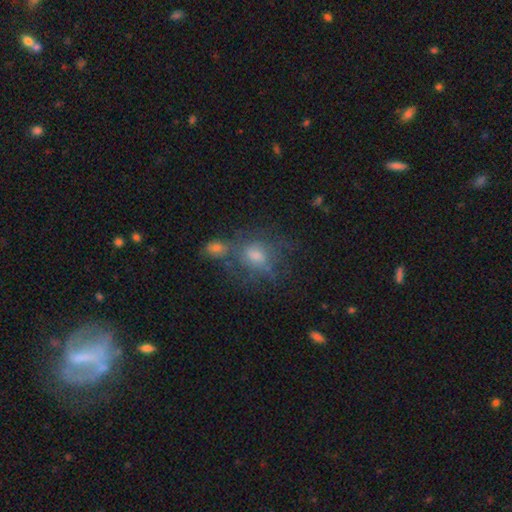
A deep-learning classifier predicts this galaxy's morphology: The model was most divided on "merging": none: 36%, merger: 30%, minor disturbance: 18%, major disturbance: 16%. More confident: smooth or featured — smooth (56%); how rounded — in between (54%).